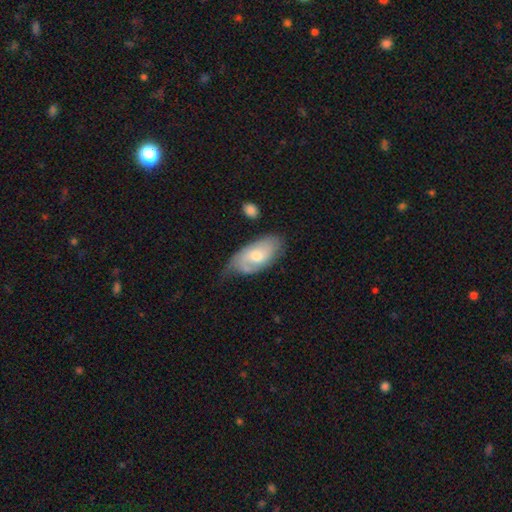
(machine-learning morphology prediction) smooth_or_featured: featured or disk (p=0.54) [alt: smooth p=0.40]
disk_edge_on: no (p=0.90) [alt: yes p=0.10]
merging: none (p=0.53) [alt: minor disturbance p=0.33]